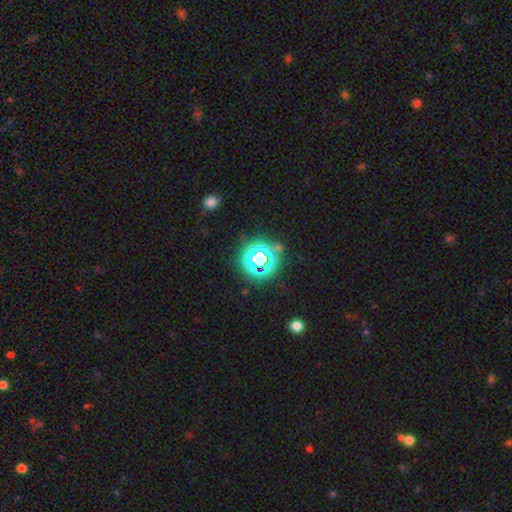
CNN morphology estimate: star or artifact 69%, smooth 21%, featured or disk 10%.